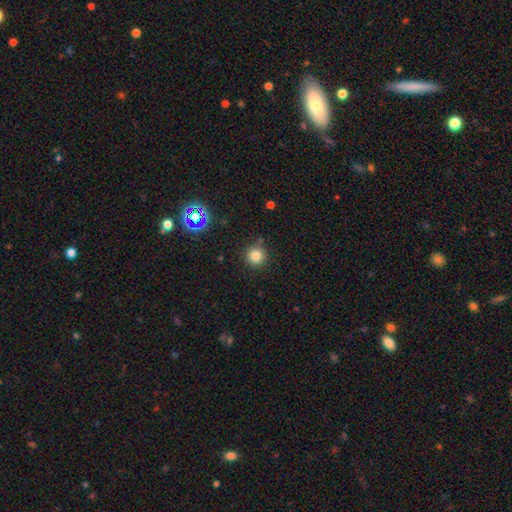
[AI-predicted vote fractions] smooth_or_featured: smooth (p=0.81) [alt: star or artifact p=0.14]
how_rounded: round (p=0.95) [alt: in between p=0.04]
merging: none (p=0.85) [alt: minor disturbance p=0.09]